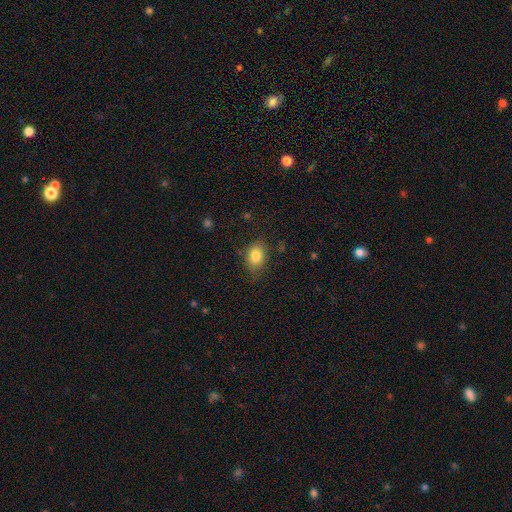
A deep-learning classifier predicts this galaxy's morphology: type=smooth (82%); roundness=in between (74%); merging=none (77%).